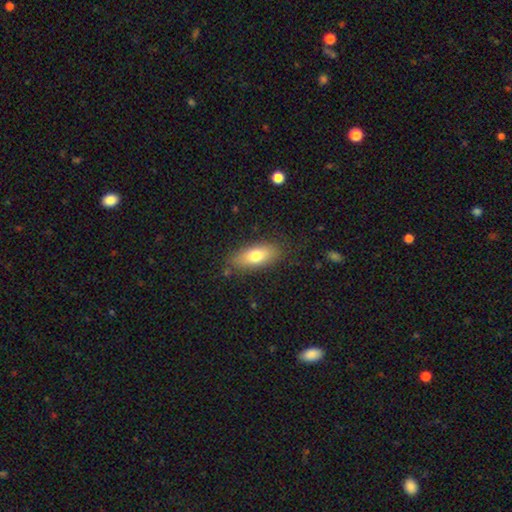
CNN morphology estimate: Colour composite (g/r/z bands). It shows a smooth galaxy with no disk features (74%) that is in between round and cigar-shaped (79%). Merging: none (81%).